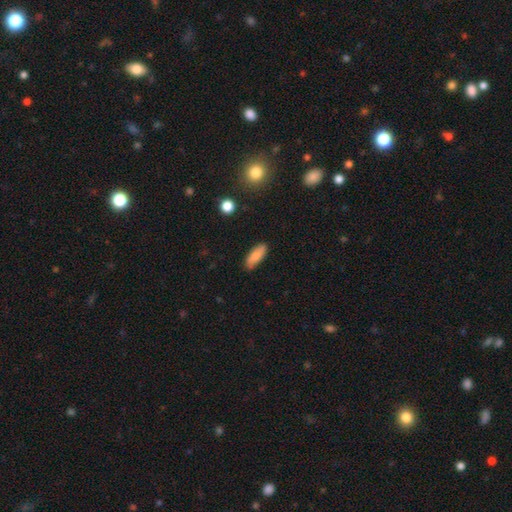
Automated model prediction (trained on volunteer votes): smooth_or_featured: smooth (p=0.80) [alt: featured or disk p=0.13]
how_rounded: in between (p=0.70) [alt: cigar-shaped p=0.27]
merging: none (p=0.83) [alt: minor disturbance p=0.13]